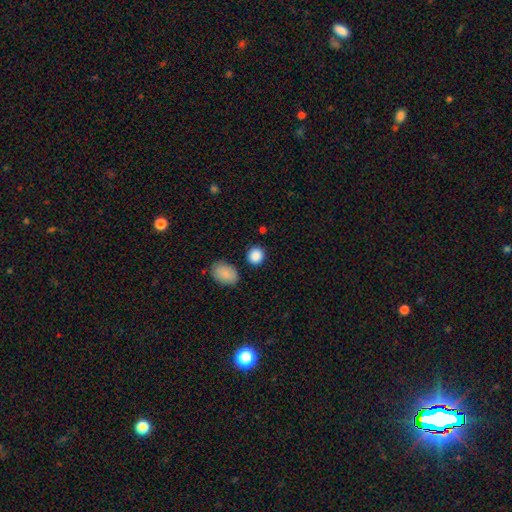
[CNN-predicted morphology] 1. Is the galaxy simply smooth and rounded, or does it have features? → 88% smooth, 9% star or artifact, 3% featured or disk.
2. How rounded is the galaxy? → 76% round, 23% in between, 1% cigar-shaped.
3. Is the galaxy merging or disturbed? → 84% none, 9% minor disturbance, 4% merger, 3% major disturbance.